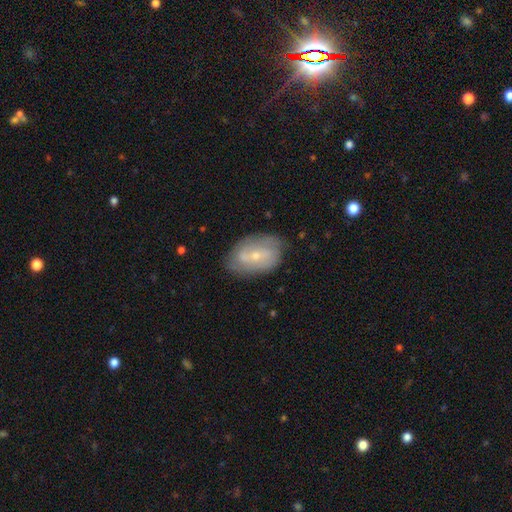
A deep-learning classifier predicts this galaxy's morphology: Q: Smooth or featured?
A: featured or disk (63%); runner-up: smooth (30%)
Q: Edge-on disk?
A: no (94%); runner-up: yes (6%)
Q: Bar?
A: weak (42%); runner-up: no (41%)
Q: Spiral arms?
A: yes (70%); runner-up: no (30%)
Q: Bulge size?
A: small (67%); runner-up: moderate (29%)
Q: Merging?
A: none (71%); runner-up: minor disturbance (20%)